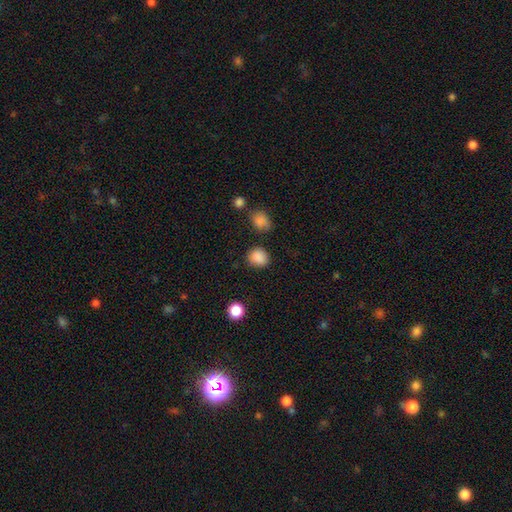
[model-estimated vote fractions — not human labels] smooth-or-featured: smooth: 87% | star or artifact: 10% | featured or disk: 3%
  how-rounded: round: 73% | in between: 26% | cigar-shaped: 1%
  merging: none: 81% | minor disturbance: 12% | major disturbance: 4% | merger: 3%